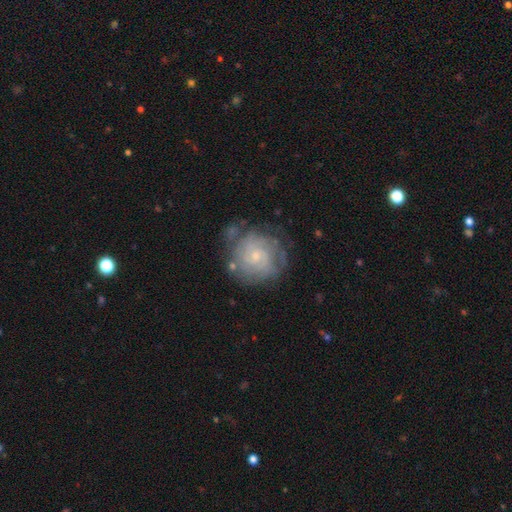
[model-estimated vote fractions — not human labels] A featured or disk galaxy (75%) with no bar (68%), tight (71%) spiral arms (91%) and a small central bulge (72%).

Vote fractions:
- Smooth or featured? featured or disk: 75% / smooth: 18% / star or artifact: 7%
- Edge-on disk? no: 98% / yes: 2%
- Bar? no: 68% / weak: 28% / strong: 4%
- Spiral arms? yes: 91% / no: 9%
- Spiral winding? tight: 71% / medium: 23% / loose: 6%
- Spiral arm count? can't tell: 42% / 2: 23% / 3: 15% / 4: 10% / more than 4: 5% / 1: 5%
- Bulge size? small: 72% / moderate: 22% / none: 4% / large: 1% / dominant: 1%
- Merging? none: 68% / minor disturbance: 19% / major disturbance: 9% / merger: 4%